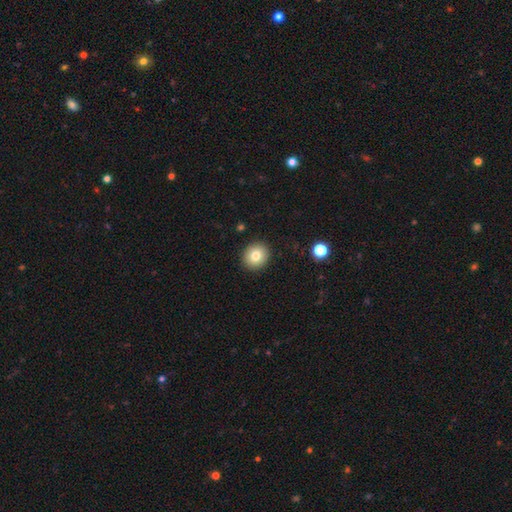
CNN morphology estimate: type=smooth (80%); roundness=round (82%); merging=none (91%).